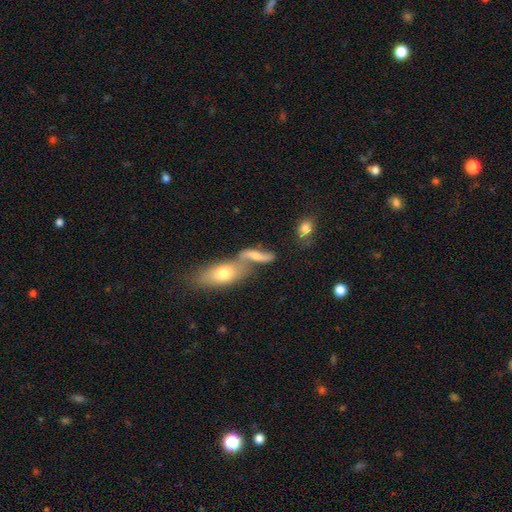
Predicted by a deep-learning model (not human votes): smooth-or-featured: smooth: 49% | featured or disk: 41% | star or artifact: 10%
  merging: merger: 60% | none: 24% | minor disturbance: 10% | major disturbance: 7%